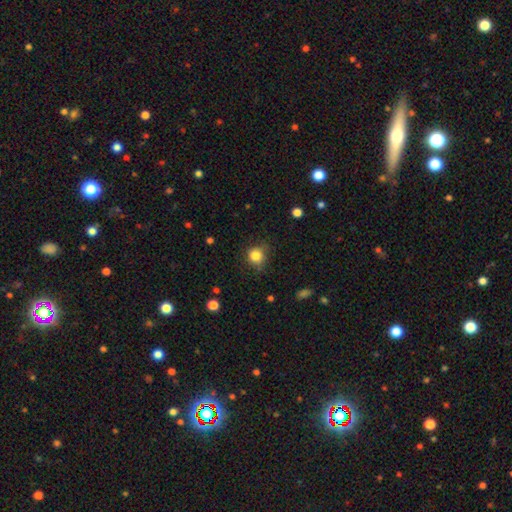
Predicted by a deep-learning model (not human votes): This is clearly a smooth galaxy (84%). How rounded: clearly round (87%). Merging: likely none (77%).